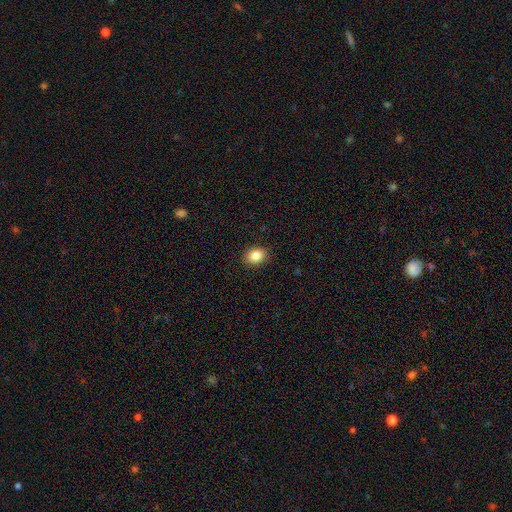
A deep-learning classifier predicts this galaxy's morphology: Smooth or featured? smooth (85%)
How rounded? in between (53%)
Merging? none (90%)